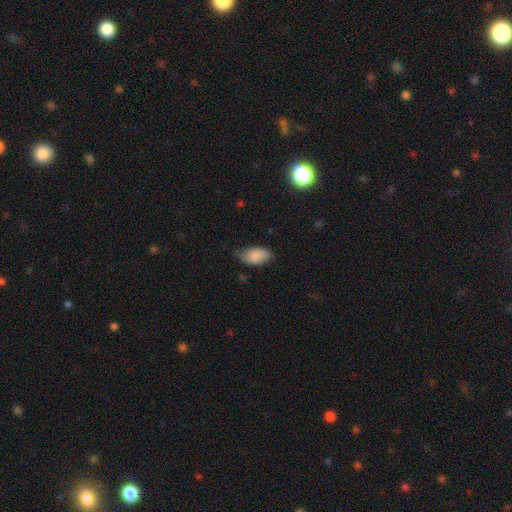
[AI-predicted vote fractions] Morphology: type=smooth (85%); roundness=in between (94%); merging=none (58%).